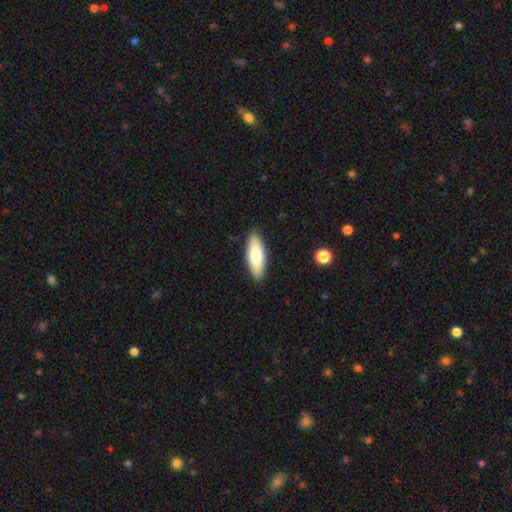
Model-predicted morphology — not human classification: The model was most divided on "how rounded": in between: 67%, cigar-shaped: 31%, round: 2%. More confident: merging — none (89%); smooth or featured — smooth (74%).